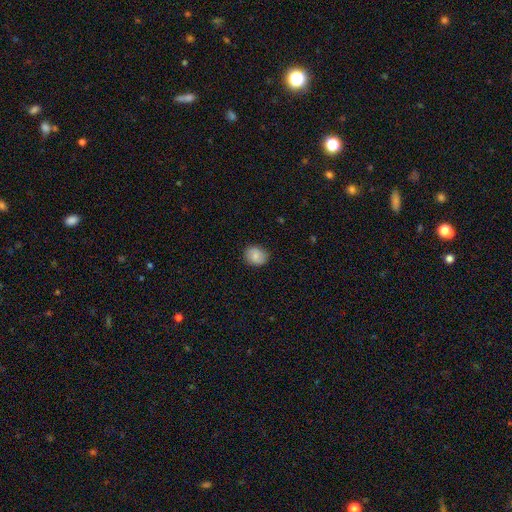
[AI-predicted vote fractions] Morphology: type=smooth (81%); roundness=round (62%); merging=none (82%).